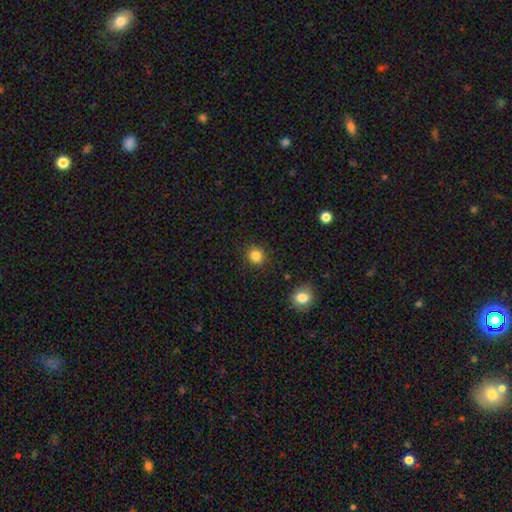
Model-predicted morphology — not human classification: This appears to be a smooth galaxy with no disk features (84%) that is round (92%). Merging: none (90%).